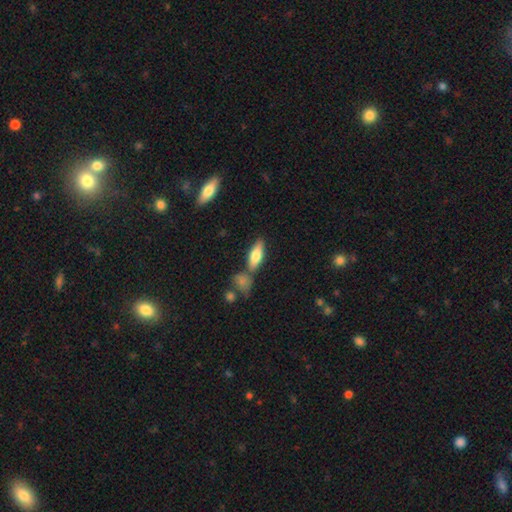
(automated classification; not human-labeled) Smooth or featured: smooth — 69% (featured or disk — 25%)
How rounded: in between — 66% (cigar-shaped — 32%)
Merging: none — 68% (merger — 15%)